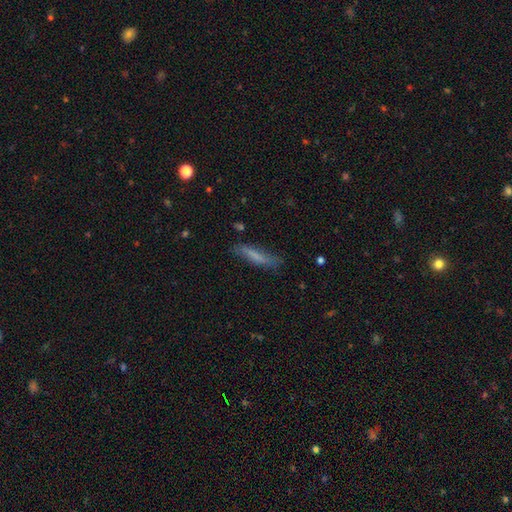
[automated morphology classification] This is likely a smooth galaxy (66%). How rounded: clearly cigar-shaped (82%). Merging: likely none (69%).